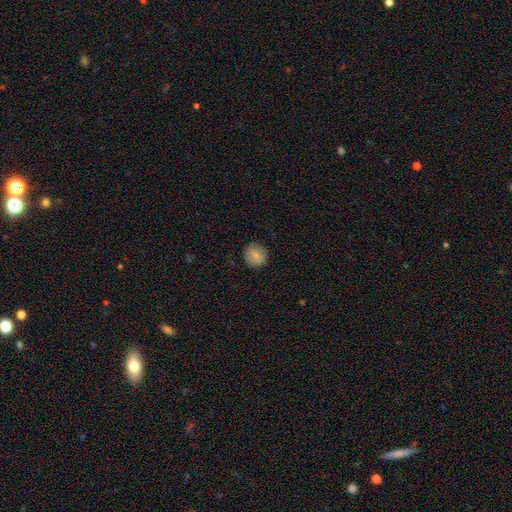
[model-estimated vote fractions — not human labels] smooth-or-featured: smooth: 78% | featured or disk: 14% | star or artifact: 8%
  how-rounded: round: 90% | in between: 9% | cigar-shaped: 1%
  merging: none: 88% | minor disturbance: 9% | major disturbance: 2% | merger: 1%